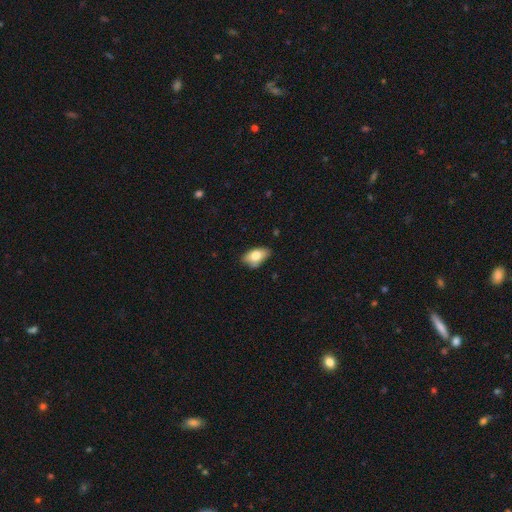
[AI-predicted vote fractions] smooth_or_featured: smooth (p=0.75) [alt: featured or disk p=0.18]
how_rounded: in between (p=0.91) [alt: round p=0.06]
merging: none (p=0.59) [alt: minor disturbance p=0.31]